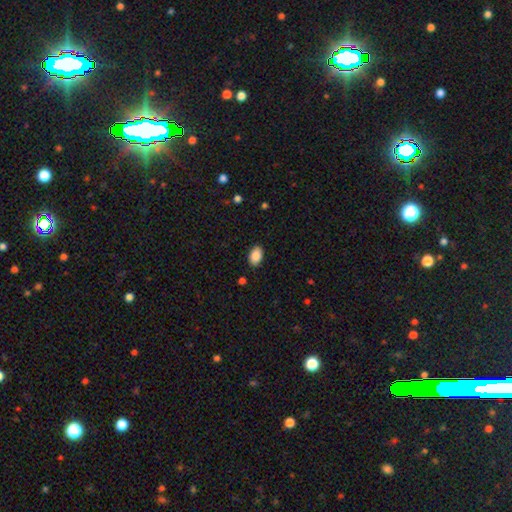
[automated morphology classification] Smooth or featured?
  - smooth: 88% *
  - star or artifact: 7%
  - featured or disk: 5%
How rounded?
  - in between: 90% *
  - round: 8%
  - cigar-shaped: 1%
Merging?
  - none: 88% *
  - minor disturbance: 9%
  - major disturbance: 2%
  - merger: 1%